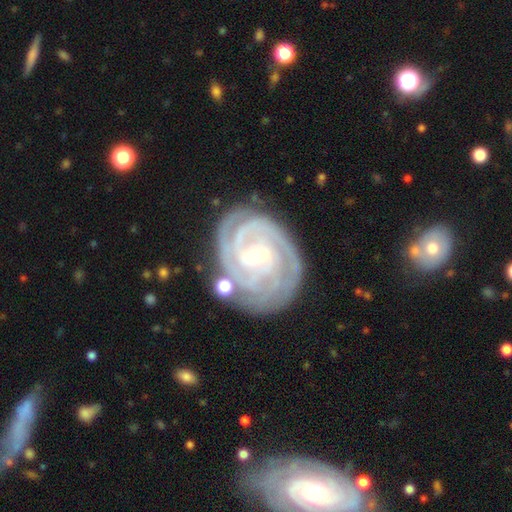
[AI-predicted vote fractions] Smooth or featured? Predicted: featured or disk (p=0.91). Edge-on disk? Predicted: no (p=0.97). Bar? Predicted: weak (p=0.48). Spiral arms? Predicted: yes (p=0.98). Spiral winding? Predicted: tight (p=0.81). Spiral arm count? Predicted: 3 (p=0.34). Bulge size? Predicted: small (p=0.58). Merging? Predicted: none (p=0.75).